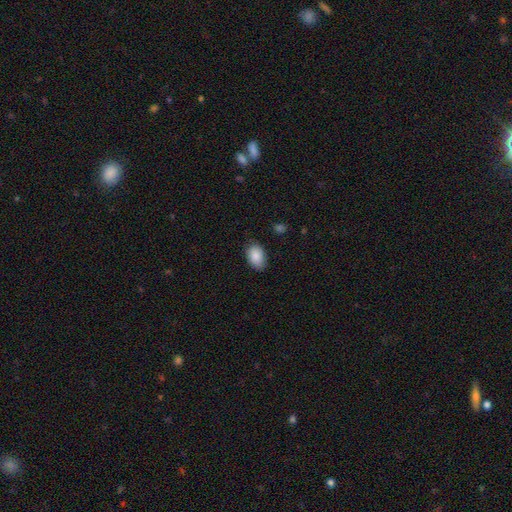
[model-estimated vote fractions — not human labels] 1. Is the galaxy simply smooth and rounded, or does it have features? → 89% smooth, 7% star or artifact, 5% featured or disk.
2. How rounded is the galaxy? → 91% in between, 8% round, 1% cigar-shaped.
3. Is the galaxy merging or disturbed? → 82% none, 14% minor disturbance, 3% major disturbance, 1% merger.